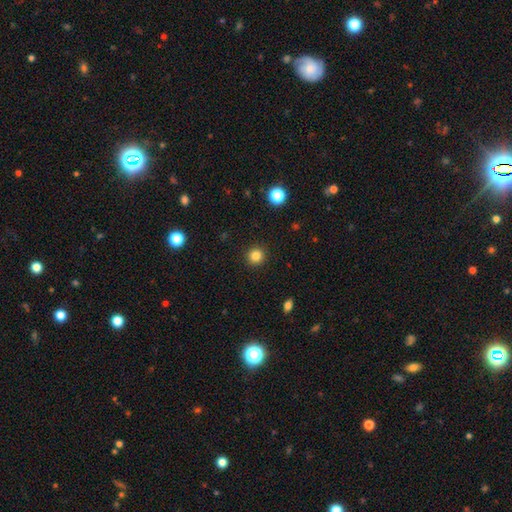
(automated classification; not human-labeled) Smooth or featured: smooth — 83% (star or artifact — 12%)
How rounded: round — 93% (in between — 6%)
Merging: none — 92% (minor disturbance — 5%)